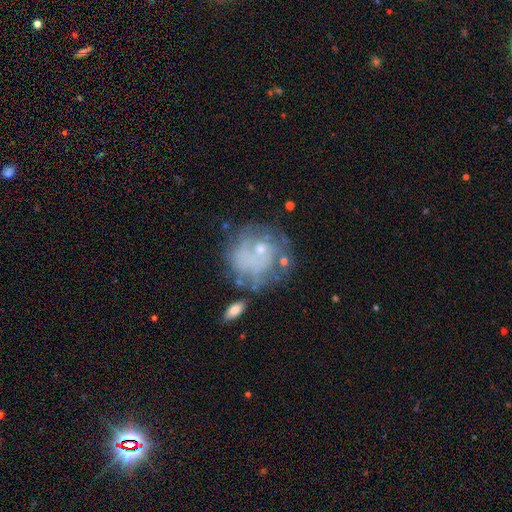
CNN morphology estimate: featured or disk 55%, smooth 34%, star or artifact 11%. Down the decision tree: edge-on disk — no (97%); bar — no (85%); spiral arms — no (59%); bulge size — small (55%); merging — none (52%).